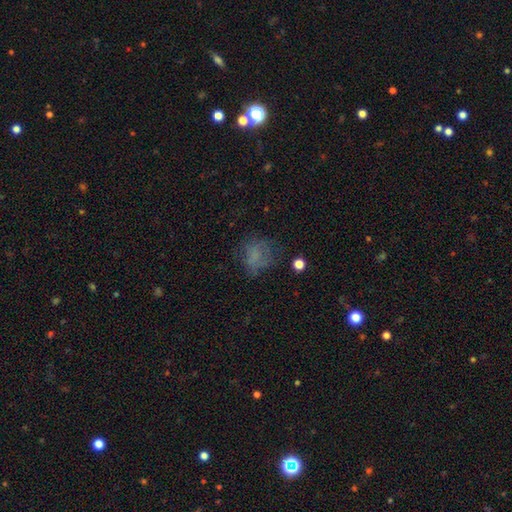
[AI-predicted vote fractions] smooth-or-featured: smooth: 54% | featured or disk: 25% | star or artifact: 21%
  how-rounded: round: 66% | in between: 33% | cigar-shaped: 1%
  merging: none: 53% | major disturbance: 23% | minor disturbance: 21% | merger: 3%